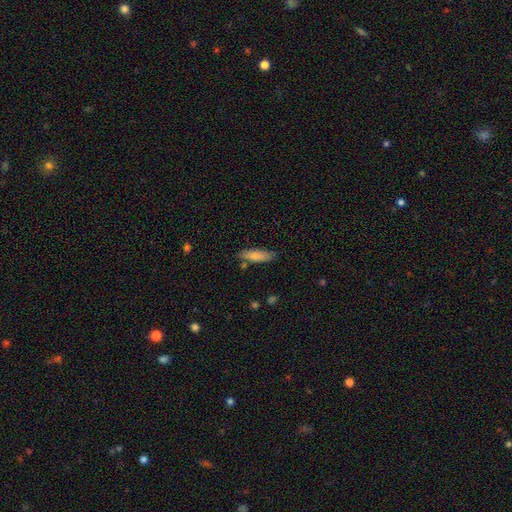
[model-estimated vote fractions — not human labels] smooth 79%, featured or disk 15%, star or artifact 6%. Down the decision tree: how rounded — cigar-shaped (57%); merging — none (77%).